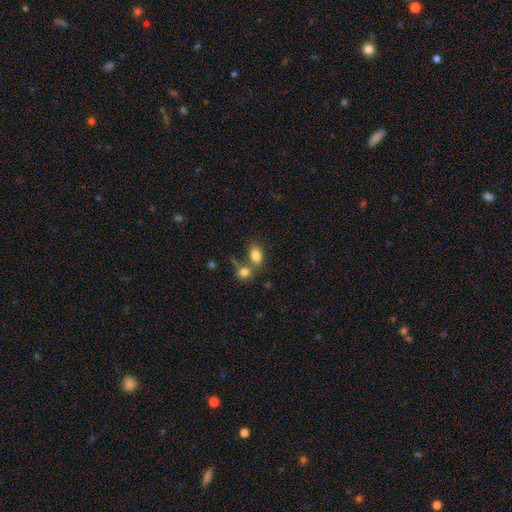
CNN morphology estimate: Overall: smooth (82%). How rounded: in between (82%). Merging: none (46%; merger 40%).